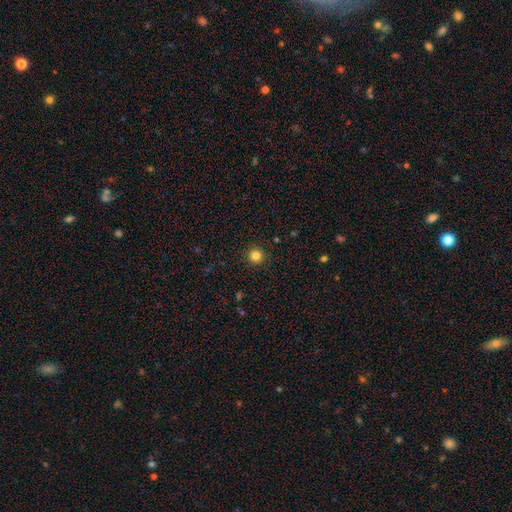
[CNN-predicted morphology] The model was most divided on "smooth or featured": smooth: 83%, star or artifact: 13%, featured or disk: 4%. More confident: how rounded — round (96%); merging — none (93%).